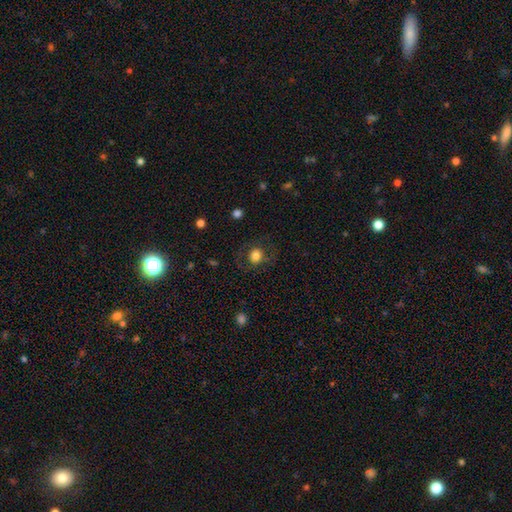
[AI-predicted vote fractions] smooth_or_featured: smooth (p=0.76) [alt: featured or disk p=0.15]
how_rounded: round (p=0.74) [alt: in between p=0.25]
merging: none (p=0.78) [alt: minor disturbance p=0.12]